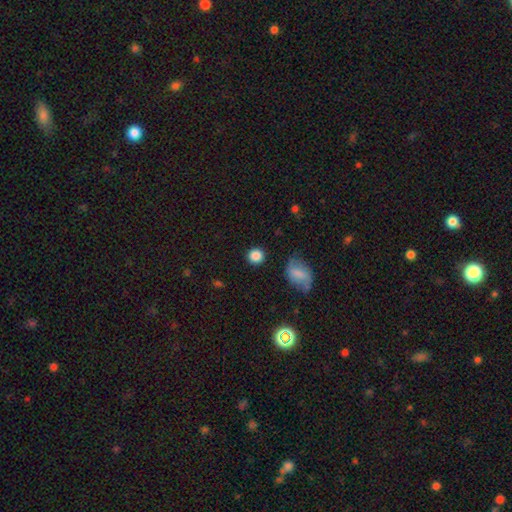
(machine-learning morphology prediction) Smooth or featured? Predicted: smooth (p=0.85). How rounded? Predicted: round (p=0.89). Merging? Predicted: none (p=0.87).